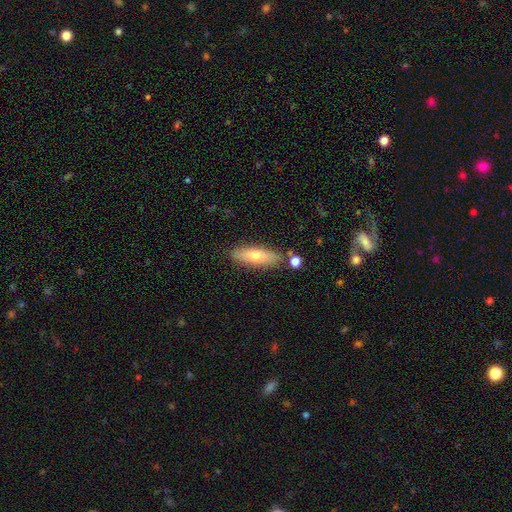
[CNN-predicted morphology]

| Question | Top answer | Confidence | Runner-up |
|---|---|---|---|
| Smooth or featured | smooth | 58% | featured or disk (33%) |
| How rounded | cigar-shaped | 59% | in between (39%) |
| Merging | none | 82% | minor disturbance (11%) |